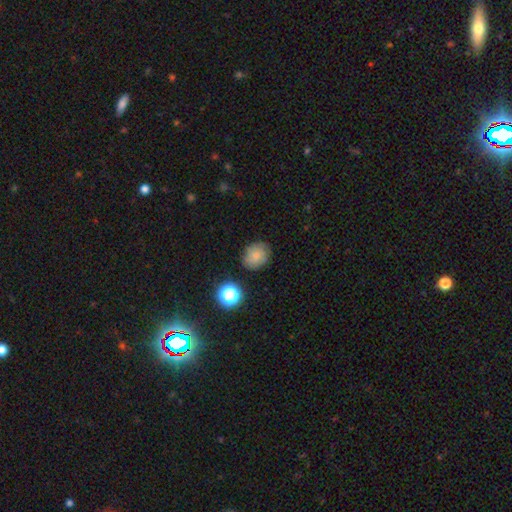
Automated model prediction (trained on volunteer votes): The model was most divided on "how rounded": round: 58%, in between: 41%, cigar-shaped: 1%. More confident: merging — none (77%); smooth or featured — smooth (69%).